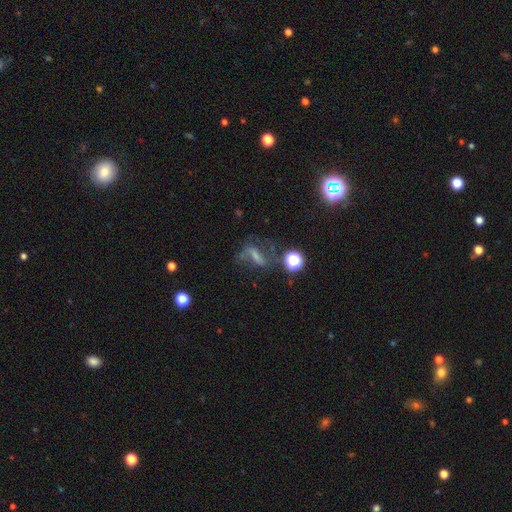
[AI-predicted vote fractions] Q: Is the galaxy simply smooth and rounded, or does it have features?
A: featured or disk — 58%.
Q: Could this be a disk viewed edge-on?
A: no — 89%.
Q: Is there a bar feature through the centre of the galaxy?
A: strong — 47%.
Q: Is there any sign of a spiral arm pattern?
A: yes — 79%.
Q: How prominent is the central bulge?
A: small — 40%.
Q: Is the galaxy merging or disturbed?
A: none — 54%.